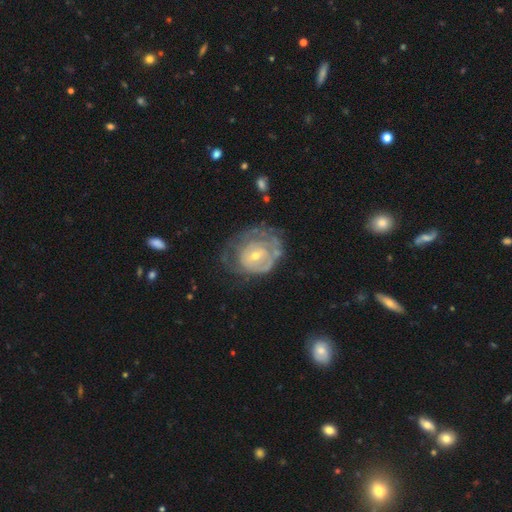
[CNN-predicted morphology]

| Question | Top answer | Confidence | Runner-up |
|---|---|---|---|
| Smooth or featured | featured or disk | 70% | smooth (23%) |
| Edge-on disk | no | 97% | yes (3%) |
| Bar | no | 69% | weak (25%) |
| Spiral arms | yes | 64% | no (36%) |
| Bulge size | small | 62% | moderate (34%) |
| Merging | none | 49% | minor disturbance (25%) |